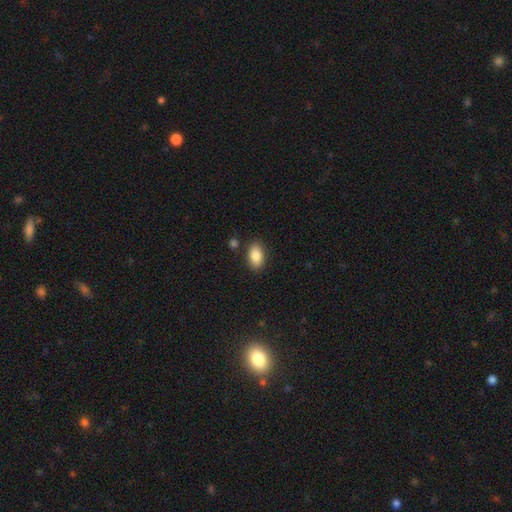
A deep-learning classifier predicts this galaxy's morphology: Overall: smooth (86%). How rounded: in between (91%). Merging: none (85%).